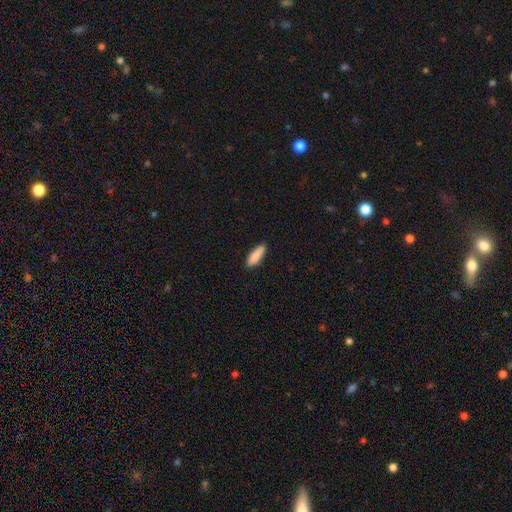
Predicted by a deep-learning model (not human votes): smooth-or-featured: smooth: 88% | featured or disk: 6% | star or artifact: 6%
  how-rounded: cigar-shaped: 52% | in between: 47% | round: 2%
  merging: none: 87% | minor disturbance: 10% | major disturbance: 2% | merger: 1%